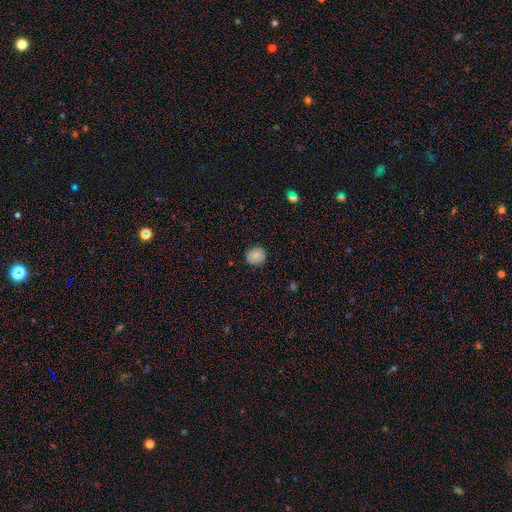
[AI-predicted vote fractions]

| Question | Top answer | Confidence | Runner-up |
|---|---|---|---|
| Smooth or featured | smooth | 74% | featured or disk (17%) |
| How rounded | round | 86% | in between (13%) |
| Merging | none | 88% | minor disturbance (9%) |